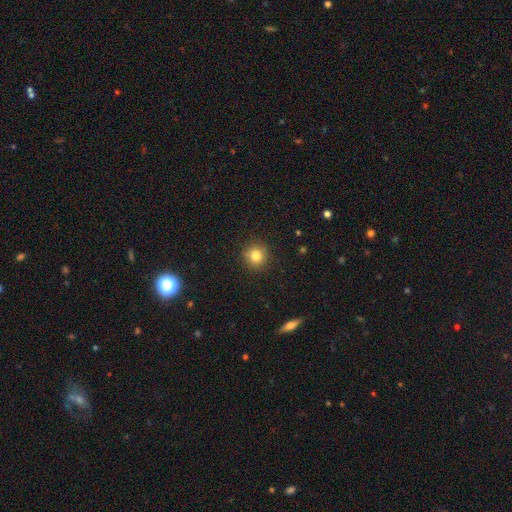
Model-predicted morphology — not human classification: Smooth or featured? smooth (82%)
How rounded? round (92%)
Merging? none (90%)